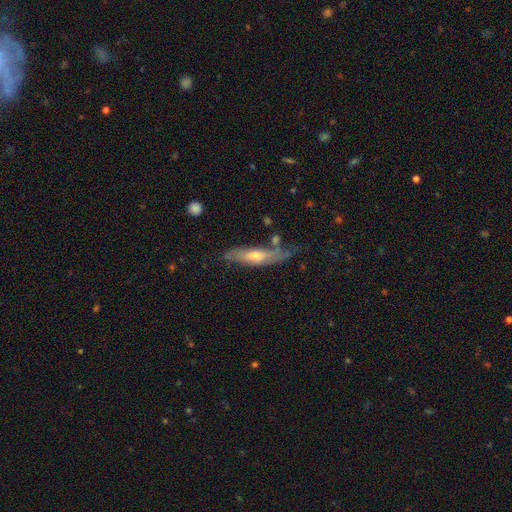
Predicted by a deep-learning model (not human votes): Q: Smooth or featured?
A: featured or disk (55%); runner-up: smooth (38%)
Q: Edge-on disk?
A: yes (58%); runner-up: no (42%)
Q: Merging?
A: none (53%); runner-up: minor disturbance (28%)